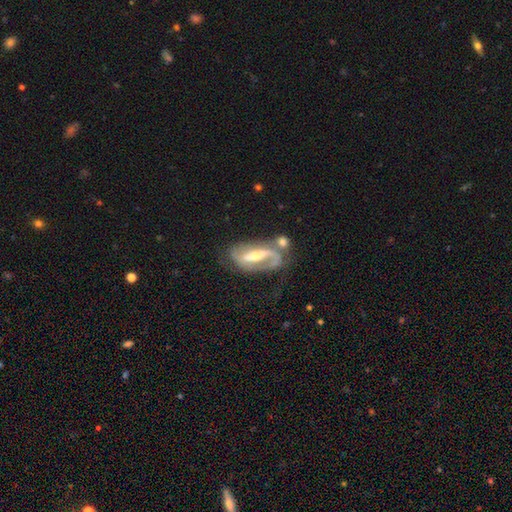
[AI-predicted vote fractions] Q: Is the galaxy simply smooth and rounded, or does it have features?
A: featured or disk — 85%.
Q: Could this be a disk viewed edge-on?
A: no — 93%.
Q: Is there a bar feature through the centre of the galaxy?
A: strong — 59%.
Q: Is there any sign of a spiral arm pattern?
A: yes — 91%.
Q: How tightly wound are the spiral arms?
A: medium — 43%.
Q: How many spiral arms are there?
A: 2 — 75%.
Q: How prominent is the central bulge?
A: moderate — 55%.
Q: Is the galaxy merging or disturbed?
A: none — 54%.